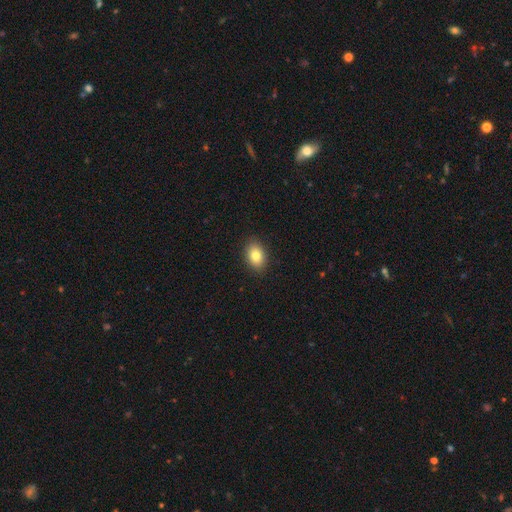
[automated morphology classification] smooth 82%, featured or disk 9%, star or artifact 9%. Down the decision tree: how rounded — in between (76%); merging — none (89%).